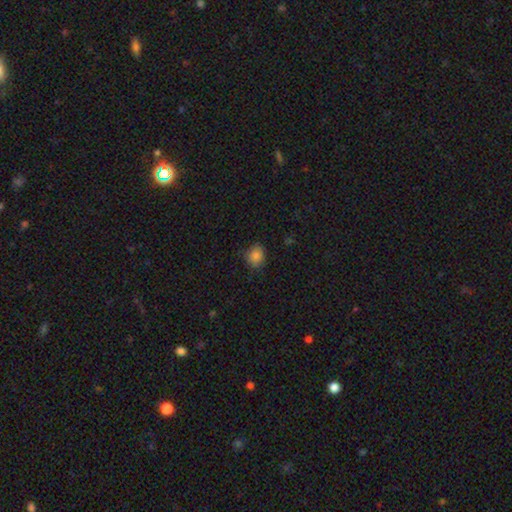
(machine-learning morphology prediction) Overall: smooth (85%). How rounded: round (64%; in between 35%). Merging: none (79%).